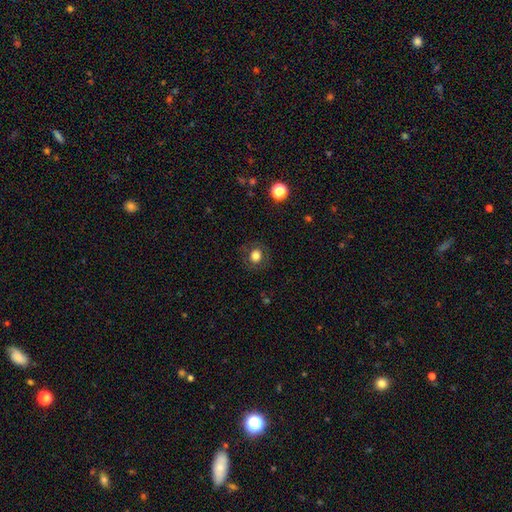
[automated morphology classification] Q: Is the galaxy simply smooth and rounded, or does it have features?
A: smooth — 74%.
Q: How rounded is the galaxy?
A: round — 78%.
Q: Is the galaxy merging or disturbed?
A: none — 84%.